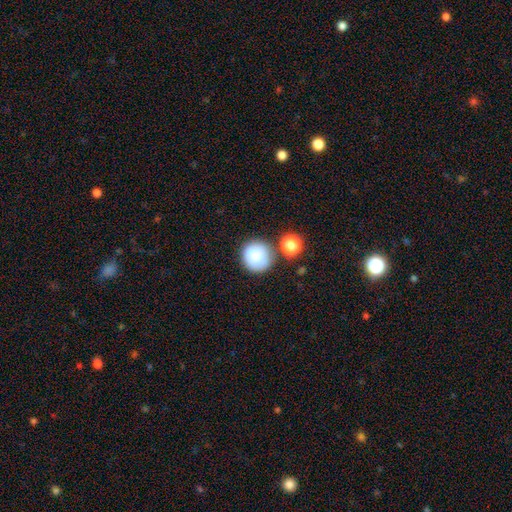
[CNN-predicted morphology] A smooth galaxy with no disk features (84%) that is round (93%). Merging: none (74%).